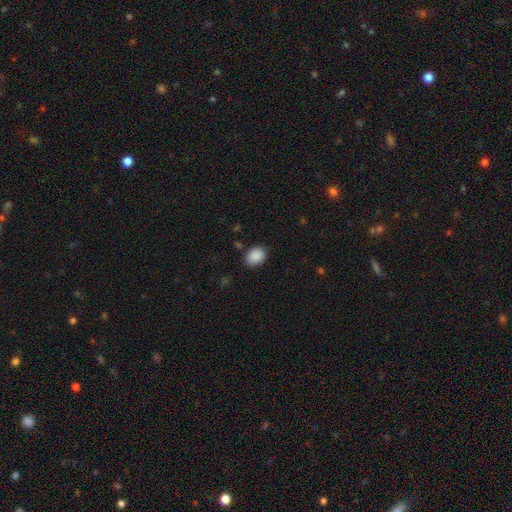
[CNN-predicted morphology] This is clearly a smooth galaxy (89%). How rounded: likely in between (67%). Merging: clearly none (82%).